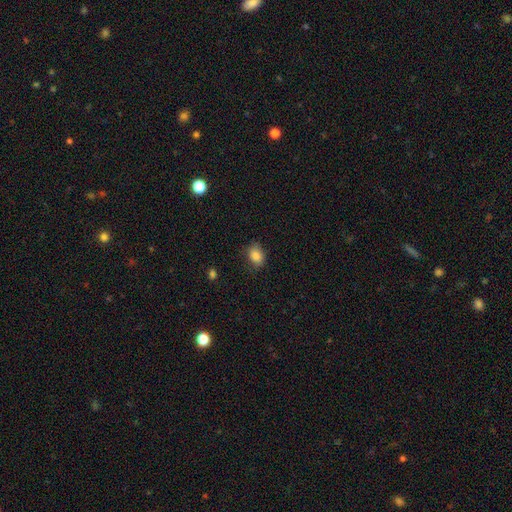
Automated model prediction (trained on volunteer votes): smooth_or_featured: smooth (p=0.85) [alt: star or artifact p=0.09]
how_rounded: in between (p=0.68) [alt: round p=0.31]
merging: none (p=0.79) [alt: minor disturbance p=0.16]